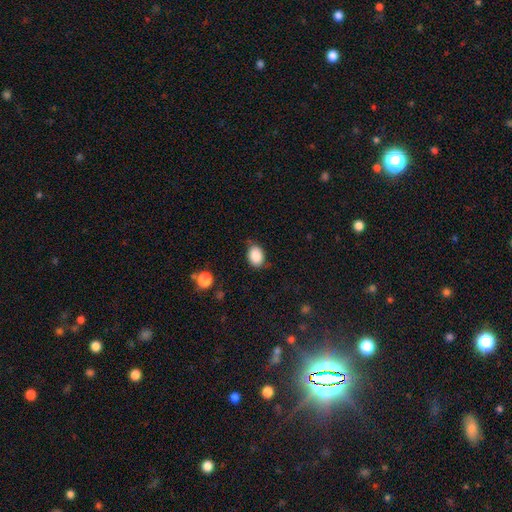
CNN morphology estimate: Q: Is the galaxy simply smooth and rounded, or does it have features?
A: smooth — 88%.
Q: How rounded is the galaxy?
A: in between — 72%.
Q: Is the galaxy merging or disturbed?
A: none — 76%.